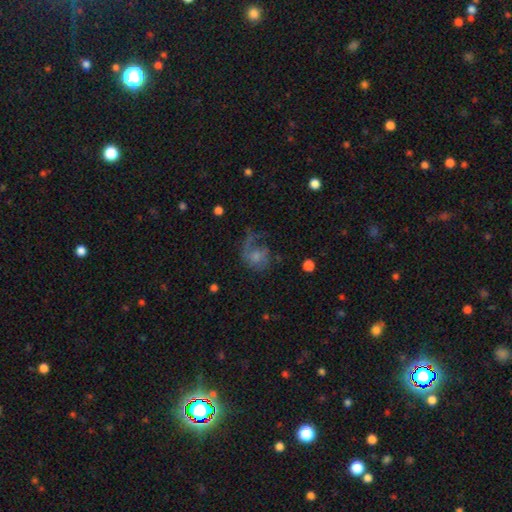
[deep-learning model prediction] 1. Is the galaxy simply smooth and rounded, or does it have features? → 53% featured or disk, 36% smooth, 10% star or artifact.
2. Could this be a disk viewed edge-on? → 97% no, 3% yes.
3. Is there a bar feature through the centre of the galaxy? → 72% no, 25% weak, 3% strong.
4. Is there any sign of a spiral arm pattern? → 78% yes, 22% no.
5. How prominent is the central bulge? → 43% small, 27% moderate, 23% none, 5% large, 2% dominant.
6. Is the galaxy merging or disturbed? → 45% major disturbance, 33% none, 19% minor disturbance, 3% merger.